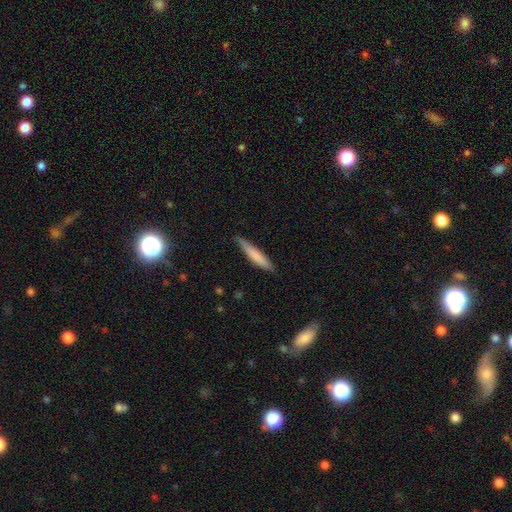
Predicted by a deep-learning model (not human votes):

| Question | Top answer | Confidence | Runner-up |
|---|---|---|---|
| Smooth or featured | smooth | 74% | featured or disk (21%) |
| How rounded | cigar-shaped | 91% | in between (7%) |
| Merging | none | 81% | minor disturbance (15%) |